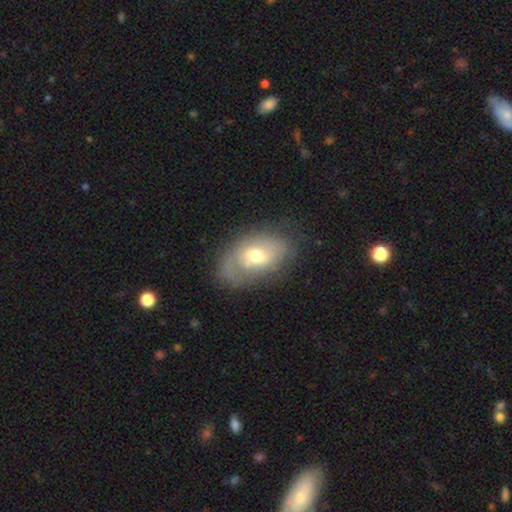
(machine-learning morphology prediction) This appears to be a smooth galaxy with no disk features (48%). Merging: none (53%).